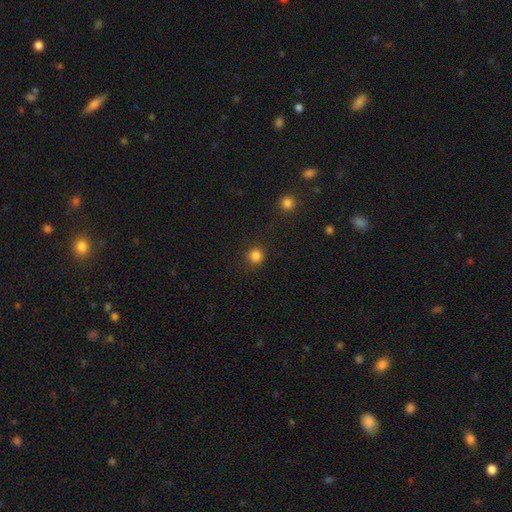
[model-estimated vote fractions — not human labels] This is clearly a smooth galaxy (84%). How rounded: clearly round (93%). Merging: clearly none (89%).